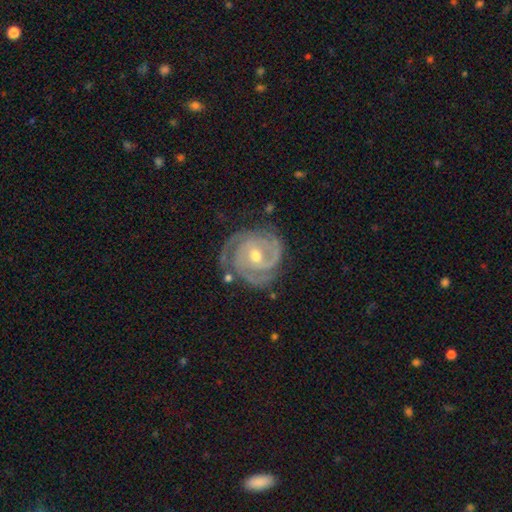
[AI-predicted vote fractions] smooth-or-featured: featured or disk: 91% | smooth: 5% | star or artifact: 4%
  disk-edge-on: no: 98% | yes: 2%
    bar: no: 51% | weak: 36% | strong: 13%
    has-spiral-arms: yes: 98% | no: 2%
      spiral-winding: tight: 74% | medium: 22% | loose: 3%
      spiral-arm-count: 2: 41% | 3: 35% | can't tell: 10% | 4: 6% | 1: 5% | more than 4: 4%
    bulge-size: moderate: 63% | small: 34% | large: 2% | none: 1% | dominant: 1%
  merging: none: 72% | minor disturbance: 19% | major disturbance: 6% | merger: 2%